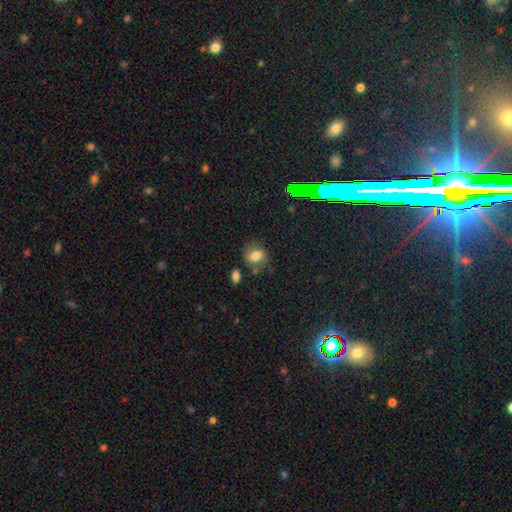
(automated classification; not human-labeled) Overall: smooth (76%). How rounded: round (59%; in between 40%). Merging: none (69%).